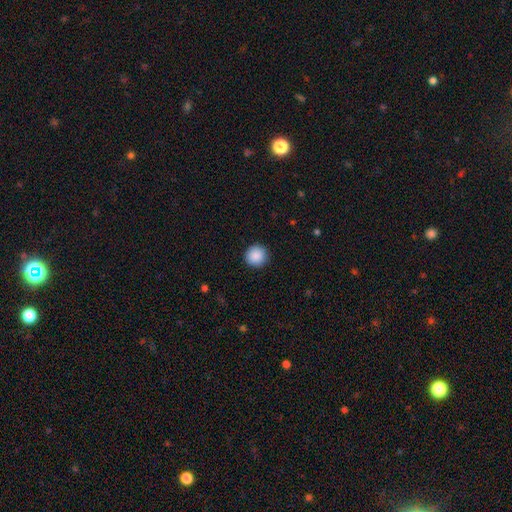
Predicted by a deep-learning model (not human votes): Q: Smooth or featured?
A: smooth (89%); runner-up: star or artifact (8%)
Q: How rounded?
A: round (95%); runner-up: in between (4%)
Q: Merging?
A: none (92%); runner-up: minor disturbance (6%)